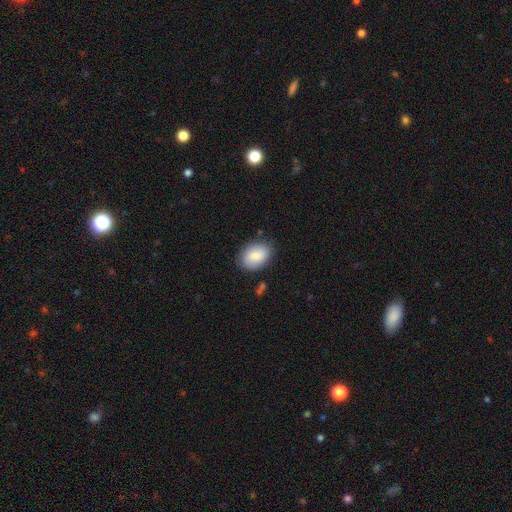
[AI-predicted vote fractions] A smooth galaxy with no disk features (82%) that is in between round and cigar-shaped (79%). Merging: none (80%).